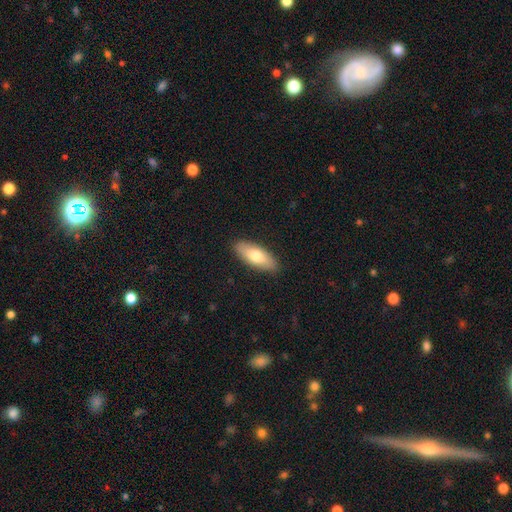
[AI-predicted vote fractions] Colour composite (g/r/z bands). It shows a smooth galaxy with no disk features (74%) that is in between round and cigar-shaped (75%). Merging: none (90%).